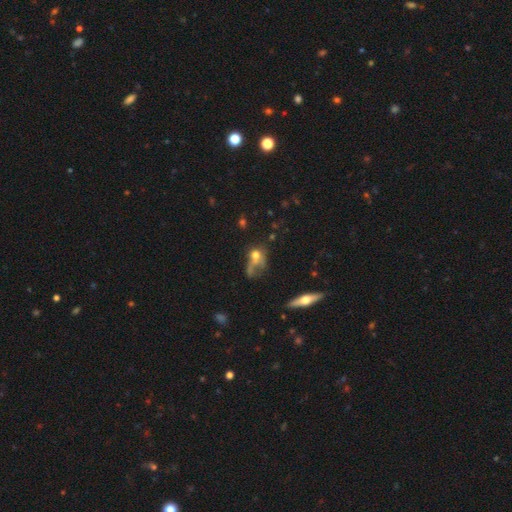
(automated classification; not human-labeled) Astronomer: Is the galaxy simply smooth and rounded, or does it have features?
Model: smooth — 58%.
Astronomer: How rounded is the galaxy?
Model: round — 50% (runner-up: in between, 45%).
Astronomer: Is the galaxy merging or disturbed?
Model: major disturbance — 33% (runner-up: none, 29%).